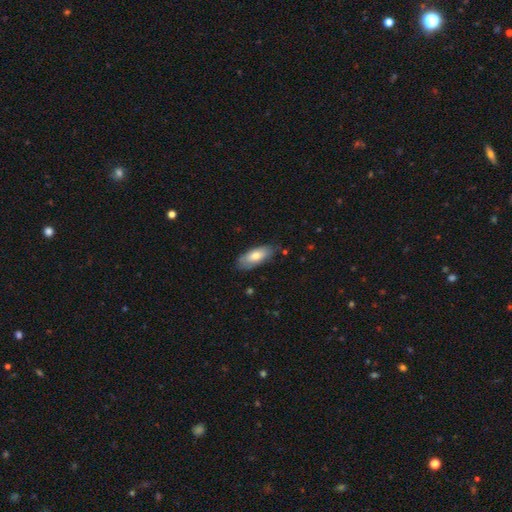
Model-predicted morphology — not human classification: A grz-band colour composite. It shows a smooth galaxy with no disk features (70%) that is in between round and cigar-shaped (82%). Merging: none (76%).